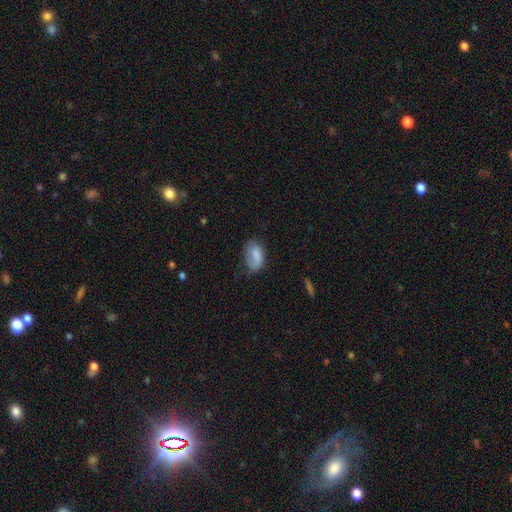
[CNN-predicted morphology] A smooth galaxy with no disk features (78%) that is in between round and cigar-shaped (91%).

Vote fractions:
- Smooth or featured? smooth: 78% / featured or disk: 15% / star or artifact: 7%
- How rounded? in between: 91% / round: 8% / cigar-shaped: 2%
- Merging? none: 54% / minor disturbance: 31% / major disturbance: 14% / merger: 2%